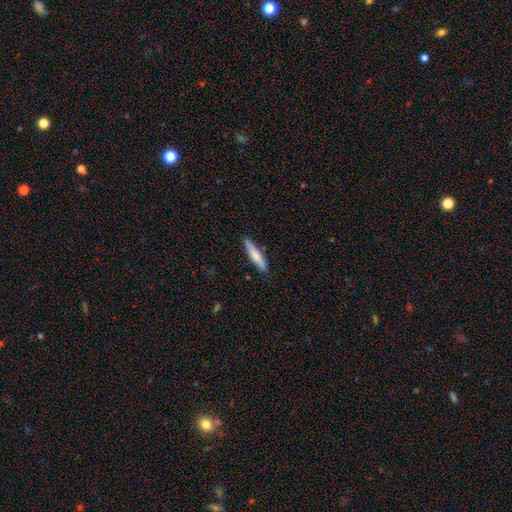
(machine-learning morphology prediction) Smooth or featured: smooth — 71% (featured or disk — 24%)
How rounded: cigar-shaped — 87% (in between — 11%)
Merging: none — 86% (minor disturbance — 10%)